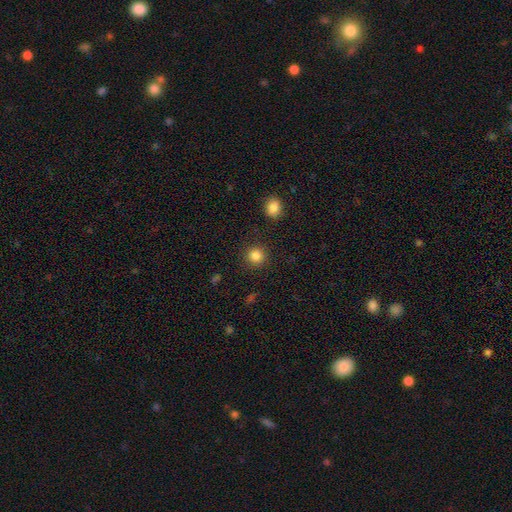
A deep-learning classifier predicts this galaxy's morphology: A smooth galaxy with no disk features (85%) that is round (92%).

Vote fractions:
- Smooth or featured? smooth: 85% / star or artifact: 11% / featured or disk: 4%
- How rounded? round: 92% / in between: 7% / cigar-shaped: 1%
- Merging? none: 89% / minor disturbance: 6% / major disturbance: 3% / merger: 2%